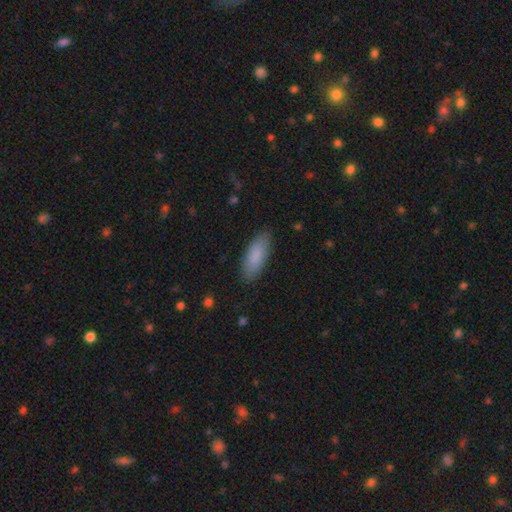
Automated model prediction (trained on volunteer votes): Smooth or featured?
  - smooth: 86% *
  - featured or disk: 8%
  - star or artifact: 6%
How rounded?
  - in between: 70% *
  - cigar-shaped: 29%
  - round: 2%
Merging?
  - none: 87% *
  - minor disturbance: 10%
  - major disturbance: 2%
  - merger: 1%